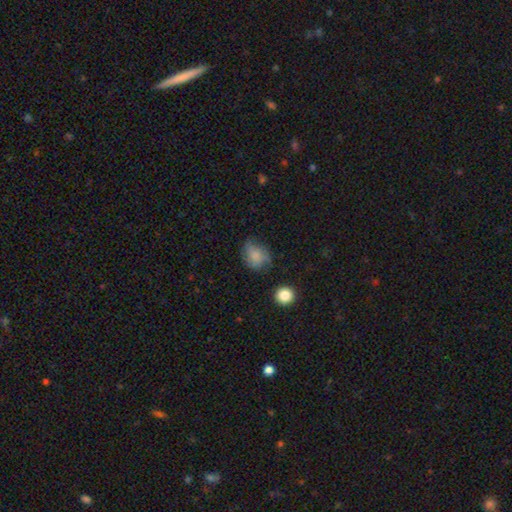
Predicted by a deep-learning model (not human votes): Overall: smooth (66%). How rounded: round (59%; in between 40%). Merging: none (55%; minor disturbance 28%).